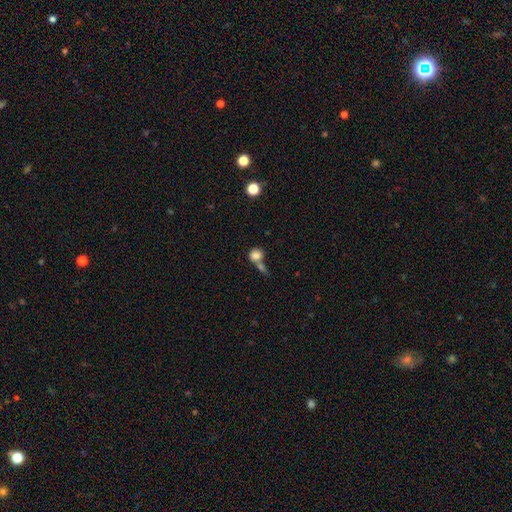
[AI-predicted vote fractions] Morphology: type=smooth (81%); roundness=round (73%); merging=merger (48%).